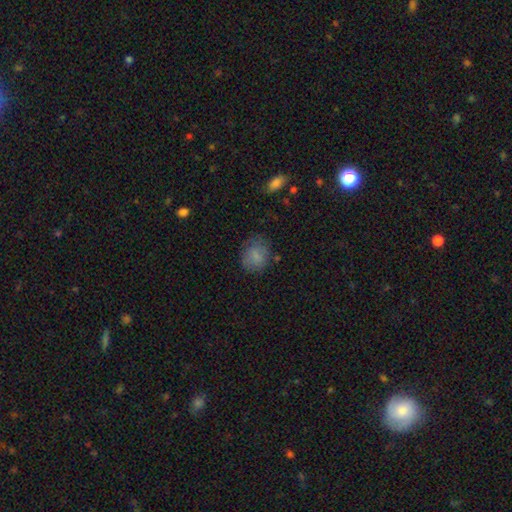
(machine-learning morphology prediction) smooth_or_featured: smooth (p=0.78) [alt: featured or disk p=0.12]
how_rounded: round (p=0.59) [alt: in between p=0.40]
merging: none (p=0.66) [alt: minor disturbance p=0.23]